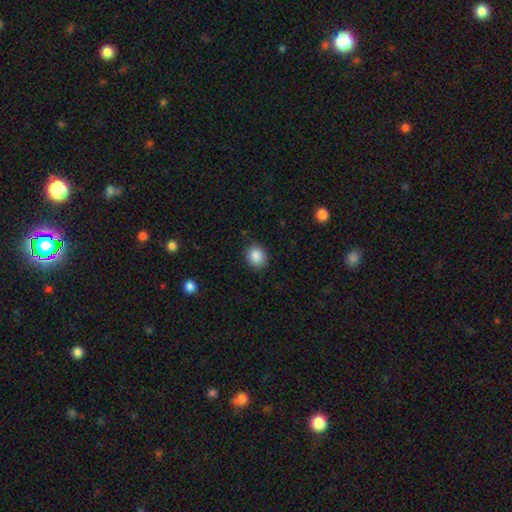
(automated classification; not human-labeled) Smooth or featured: smooth — 87% (star or artifact — 9%)
How rounded: round — 69% (in between — 30%)
Merging: none — 85% (minor disturbance — 11%)